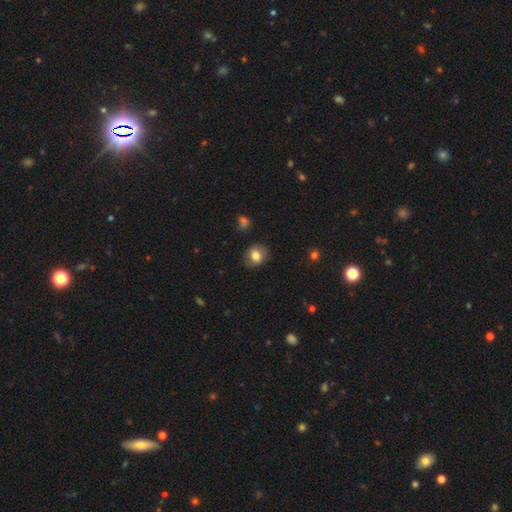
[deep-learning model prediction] Smooth or featured? smooth (79%)
How rounded? round (66%)
Merging? none (84%)